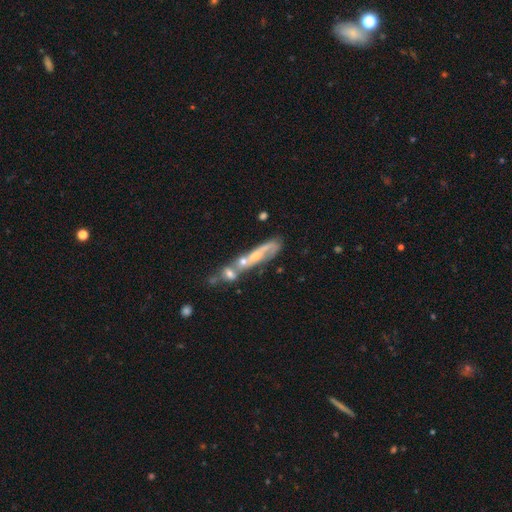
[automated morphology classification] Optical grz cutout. It shows a featured or disk galaxy (61%). Merging: merger (44%).